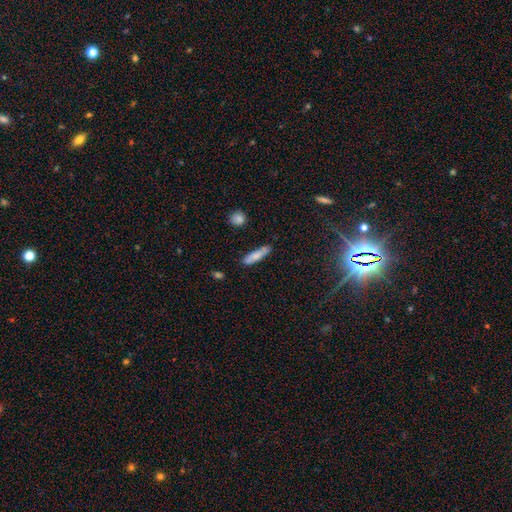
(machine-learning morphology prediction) This appears to be a smooth galaxy with no disk features (77%) that is cigar-shaped (74%). Merging: none (80%).